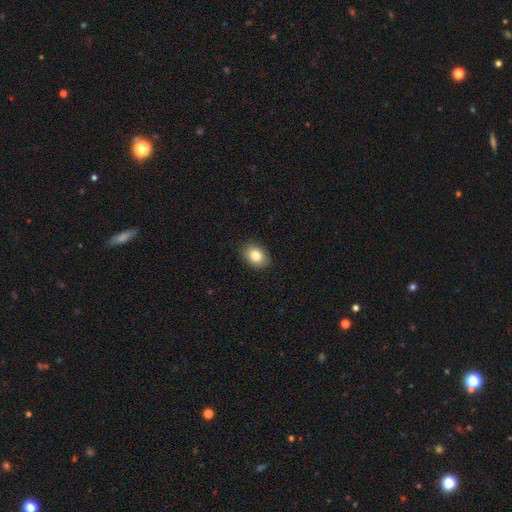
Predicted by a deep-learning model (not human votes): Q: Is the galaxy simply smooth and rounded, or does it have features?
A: smooth — 82%.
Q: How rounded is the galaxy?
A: in between — 71%.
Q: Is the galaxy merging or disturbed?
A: none — 88%.